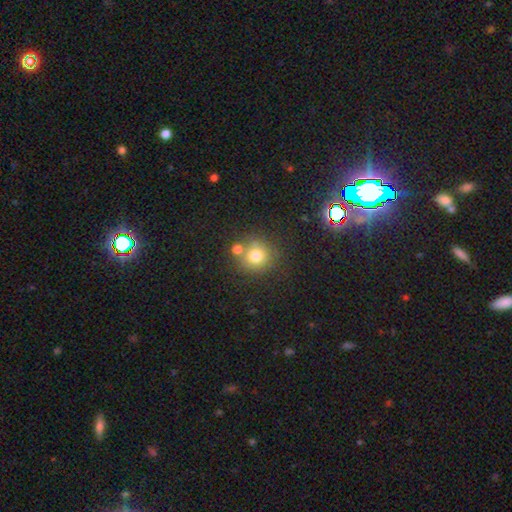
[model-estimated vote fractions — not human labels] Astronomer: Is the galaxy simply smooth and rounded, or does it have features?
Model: smooth — 75%.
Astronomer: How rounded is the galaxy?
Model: round — 90%.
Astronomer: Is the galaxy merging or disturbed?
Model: none — 70%.